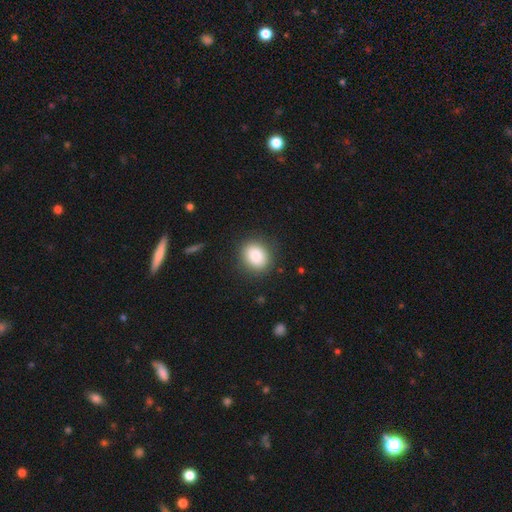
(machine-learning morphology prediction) Smooth or featured? smooth (85%)
How rounded? round (63%)
Merging? none (86%)